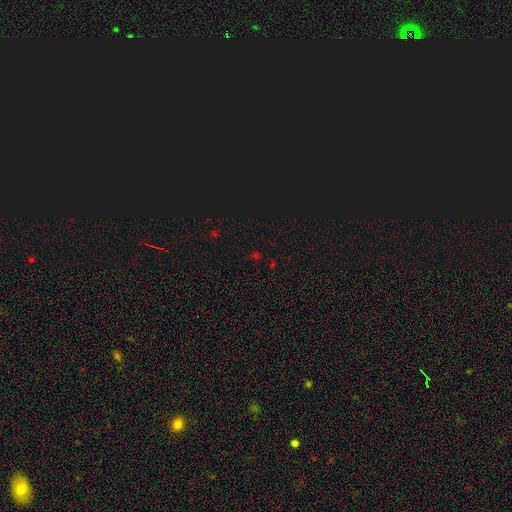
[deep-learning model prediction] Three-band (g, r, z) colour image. It shows a star or artifact, not a galaxy (63%).